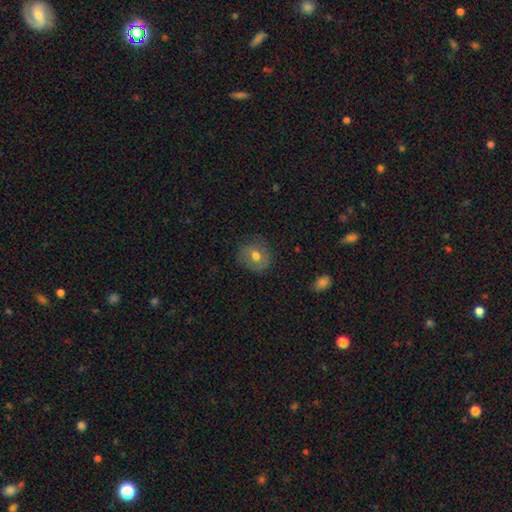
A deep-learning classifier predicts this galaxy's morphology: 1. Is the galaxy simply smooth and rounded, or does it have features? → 63% smooth, 27% featured or disk, 10% star or artifact.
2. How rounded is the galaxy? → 84% round, 15% in between, 1% cigar-shaped.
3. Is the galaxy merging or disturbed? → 78% none, 16% minor disturbance, 4% major disturbance, 1% merger.